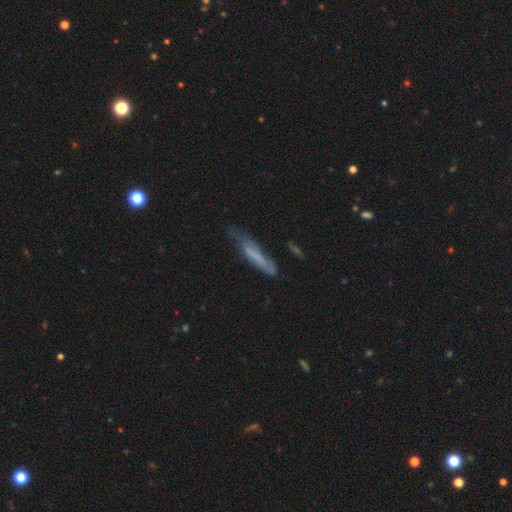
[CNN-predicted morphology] Smooth or featured? smooth (57%)
How rounded? cigar-shaped (87%)
Merging? none (53%)